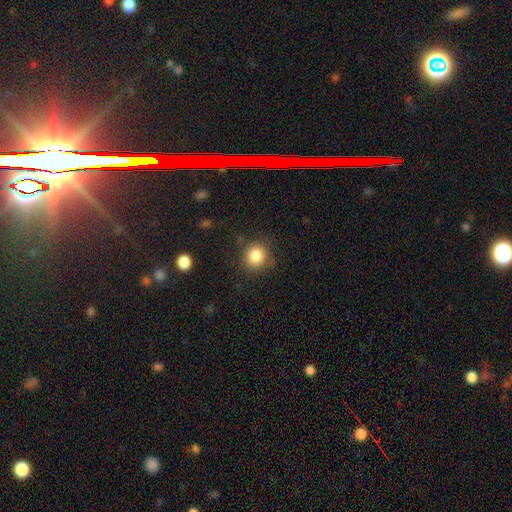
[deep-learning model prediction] This appears to be a smooth galaxy with no disk features (85%) that is round (88%). Merging: none (82%).